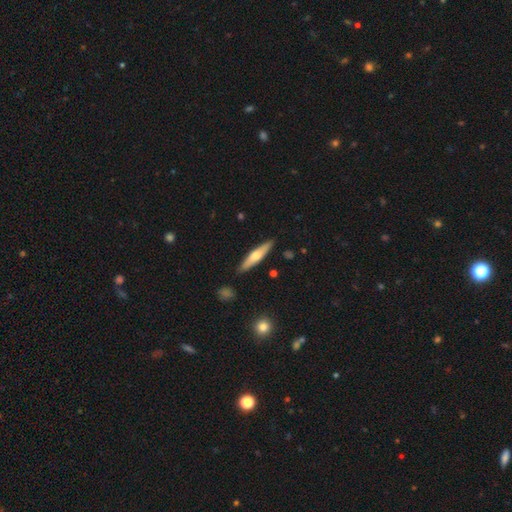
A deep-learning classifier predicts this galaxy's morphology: Smooth or featured? Predicted: smooth (p=0.48). Merging? Predicted: none (p=0.87).